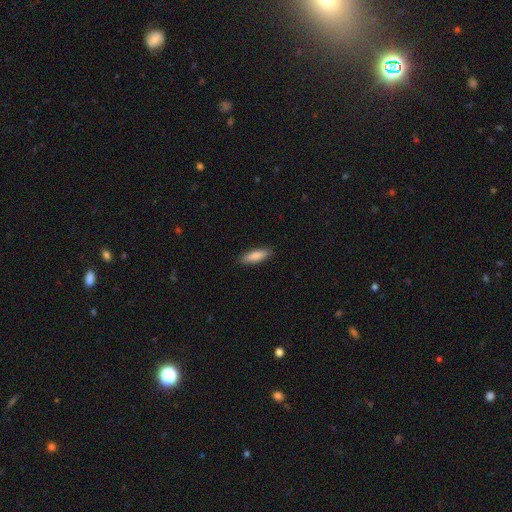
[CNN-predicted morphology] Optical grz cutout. It shows a smooth galaxy with no disk features (85%) that is cigar-shaped (51%). Merging: none (87%).